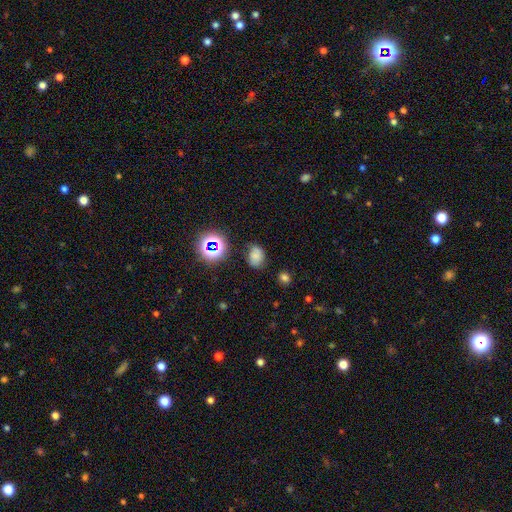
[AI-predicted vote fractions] Smooth or featured? Predicted: smooth (p=0.65). How rounded? Predicted: in between (p=0.64). Merging? Predicted: none (p=0.64).